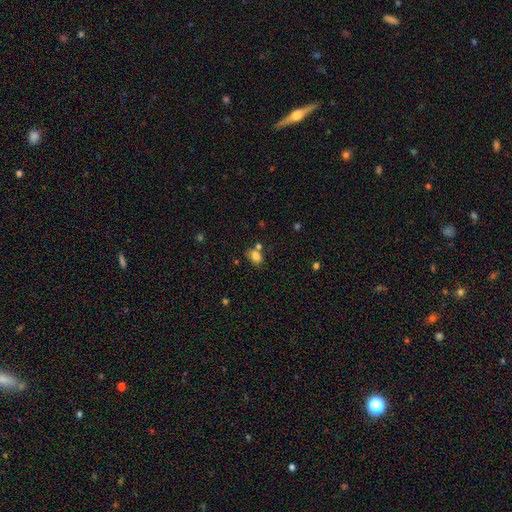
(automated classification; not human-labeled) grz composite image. It shows a smooth galaxy with no disk features (80%) that is in between round and cigar-shaped (63%). Merging: none (62%).